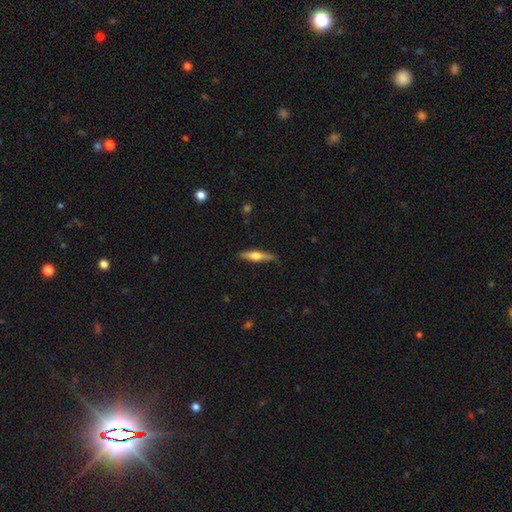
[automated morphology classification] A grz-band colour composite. It shows a featured or disk galaxy (57%) viewed edge-on (96%) with a rounded central bulge (92%). Merging: none (81%).